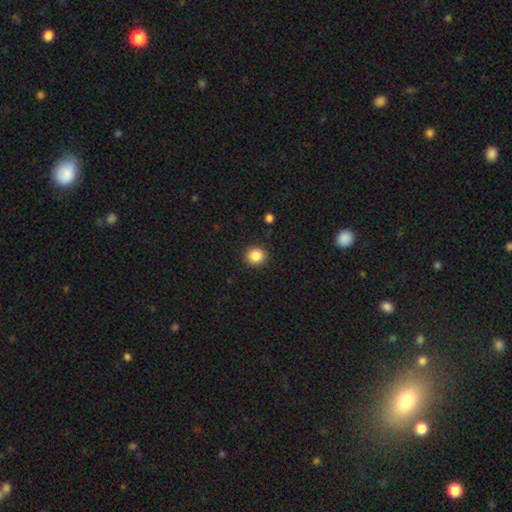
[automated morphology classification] This is clearly a smooth galaxy (86%). How rounded: clearly round (90%). Merging: clearly none (92%).